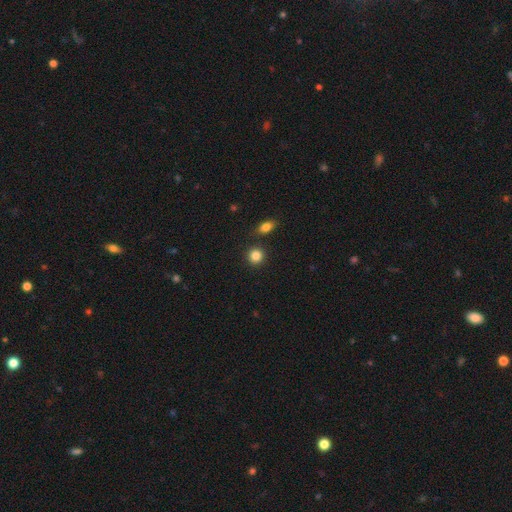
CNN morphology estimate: smooth_or_featured: smooth (p=0.85) [alt: star or artifact p=0.10]
how_rounded: round (p=0.88) [alt: in between p=0.11]
merging: none (p=0.85) [alt: minor disturbance p=0.07]